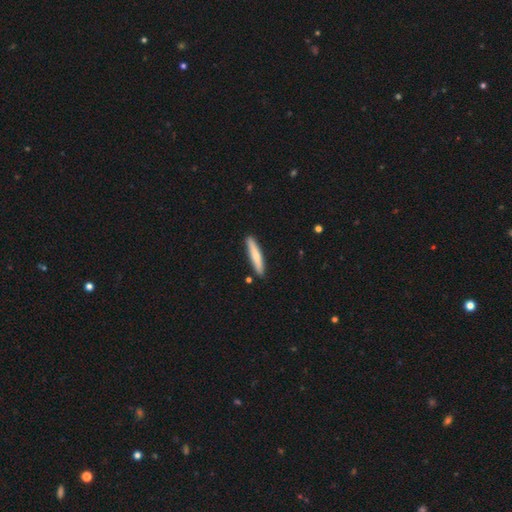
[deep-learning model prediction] Morphology: type=smooth (67%); roundness=cigar-shaped (91%); merging=none (89%).